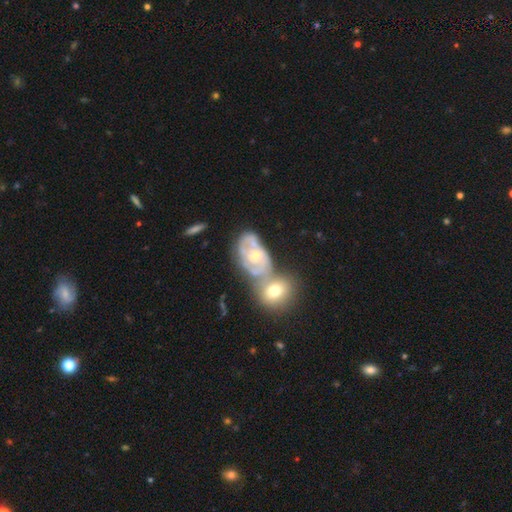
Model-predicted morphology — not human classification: This is likely a featured or disk galaxy (77%). It is clearly not viewed edge-on (96%). Bar: likely no (77%). Spiral arm pattern: clearly yes (82%). Spiral arm count: marginally can't tell (41%). Spiral winding: likely tight (64%). Central bulge: possibly moderate (57%). Merging: marginally merger (40%).